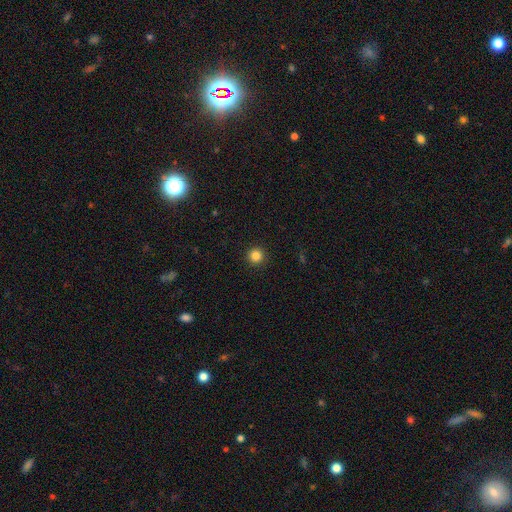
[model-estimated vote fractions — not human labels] smooth-or-featured: smooth: 84% | star or artifact: 12% | featured or disk: 4%
  how-rounded: round: 96% | in between: 3% | cigar-shaped: 1%
  merging: none: 93% | minor disturbance: 4% | major disturbance: 2% | merger: 1%